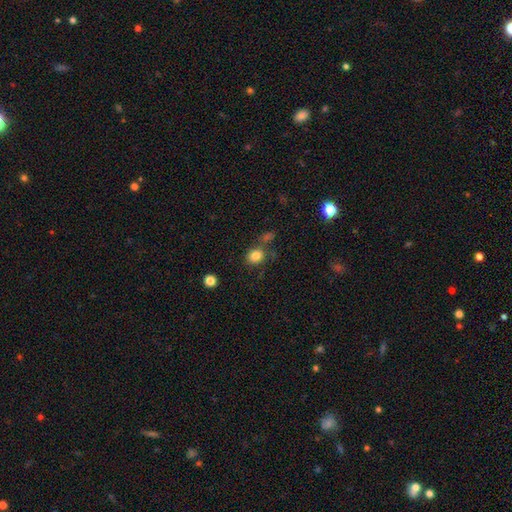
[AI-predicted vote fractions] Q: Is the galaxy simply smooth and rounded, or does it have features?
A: smooth — 82%.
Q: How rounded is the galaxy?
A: round — 64%.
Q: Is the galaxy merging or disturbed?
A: none — 69%.